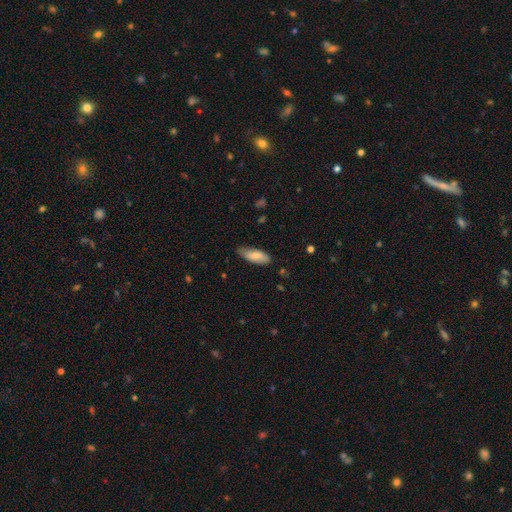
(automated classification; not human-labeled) smooth_or_featured: smooth (p=0.79) [alt: featured or disk p=0.15]
how_rounded: in between (p=0.71) [alt: cigar-shaped p=0.27]
merging: none (p=0.72) [alt: minor disturbance p=0.23]